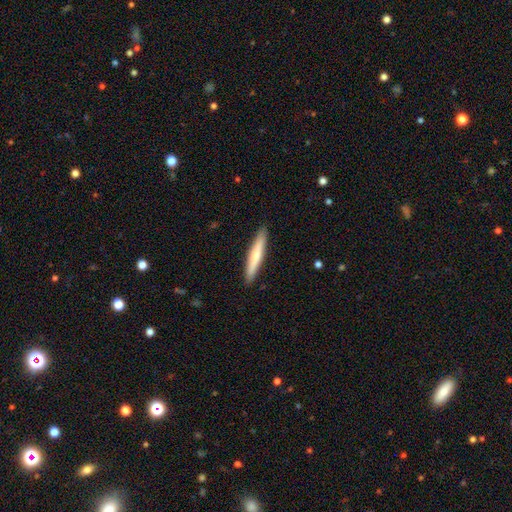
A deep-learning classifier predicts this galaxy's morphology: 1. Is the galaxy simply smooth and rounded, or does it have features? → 59% smooth, 36% featured or disk, 5% star or artifact.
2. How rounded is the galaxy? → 93% cigar-shaped, 6% in between, 1% round.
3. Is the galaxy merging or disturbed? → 91% none, 6% minor disturbance, 1% major disturbance, 1% merger.